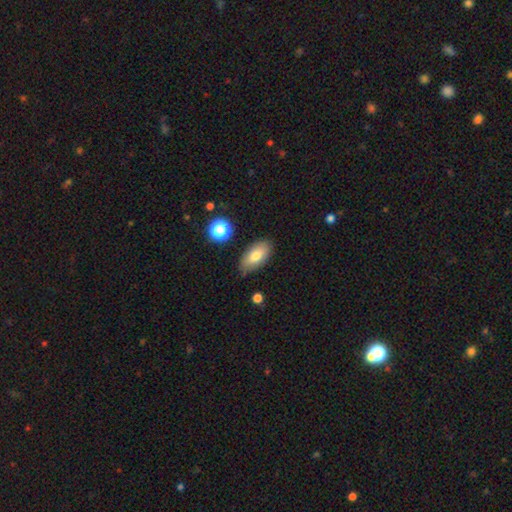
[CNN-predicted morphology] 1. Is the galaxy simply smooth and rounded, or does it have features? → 75% smooth, 16% featured or disk, 8% star or artifact.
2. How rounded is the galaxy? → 90% in between, 6% cigar-shaped, 4% round.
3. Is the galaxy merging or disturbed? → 82% none, 13% minor disturbance, 3% major disturbance, 2% merger.